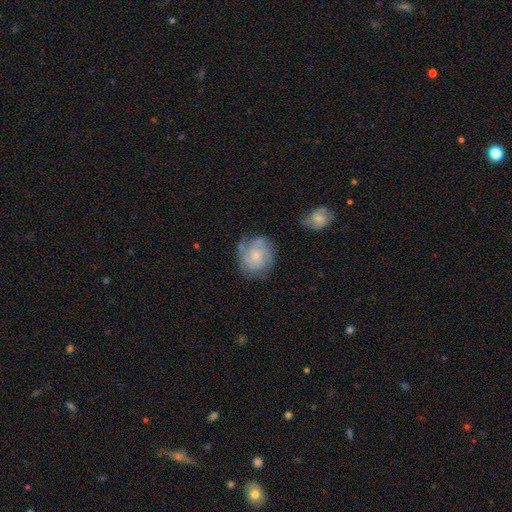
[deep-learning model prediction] Morphology: type=featured or disk (57%); edge-on=no (98%); bar=no (81%); spiral arms=yes (85%); bulge=small (71%); merging=none (65%).